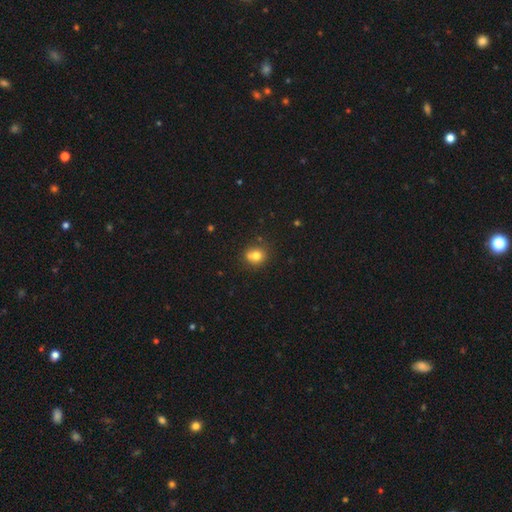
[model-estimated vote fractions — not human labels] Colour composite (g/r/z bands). It shows a smooth galaxy with no disk features (76%) that is round (77%). Merging: none (61%).